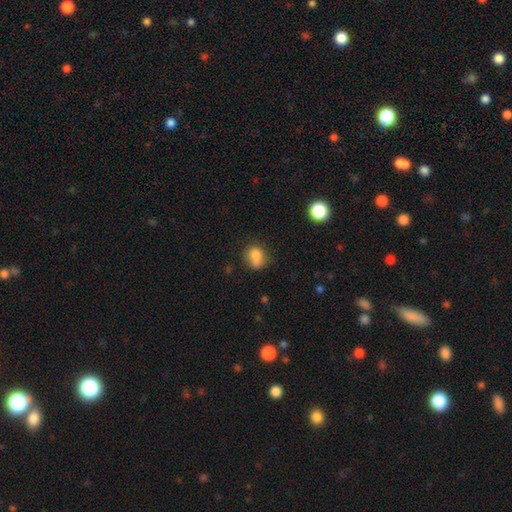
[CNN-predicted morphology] A smooth galaxy with no disk features (80%) that is round (57%). Merging: none (53%).